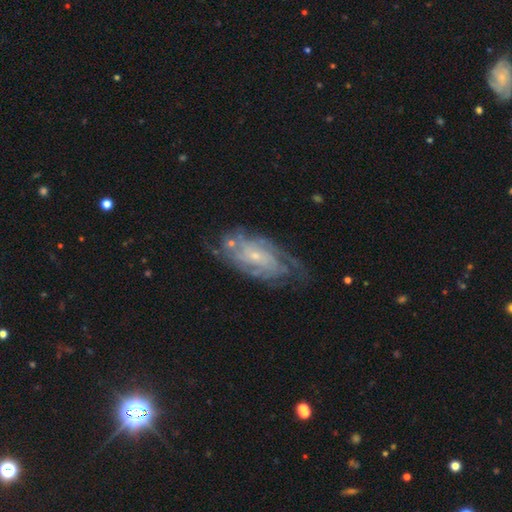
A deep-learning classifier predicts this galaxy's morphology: featured or disk 73%, smooth 16%, star or artifact 12%. Down the decision tree: edge-on disk — no (91%); bar — no (54%); spiral arms — yes (87%); spiral arm count — can't tell (53%); spiral winding — tight (55%); bulge size — small (70%); merging — none (68%).